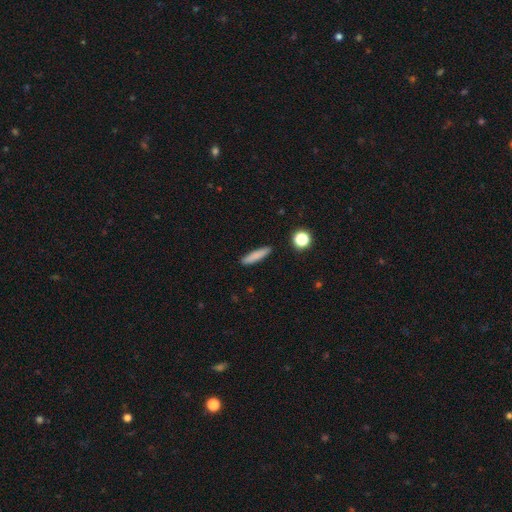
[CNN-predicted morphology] Smooth or featured? Predicted: smooth (p=0.82). How rounded? Predicted: cigar-shaped (p=0.83). Merging? Predicted: none (p=0.89).